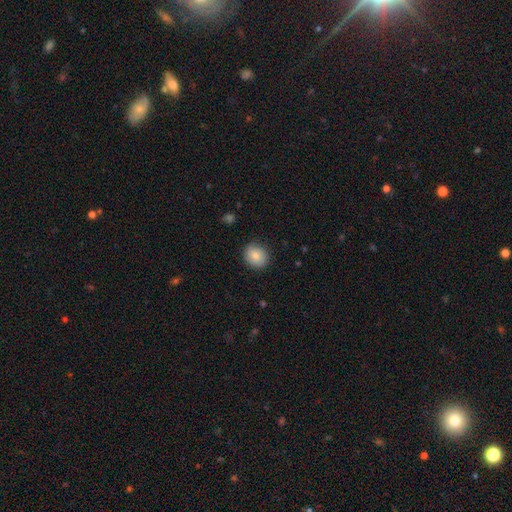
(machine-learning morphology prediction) This is clearly a smooth galaxy (81%). How rounded: likely round (74%). Merging: clearly none (84%).